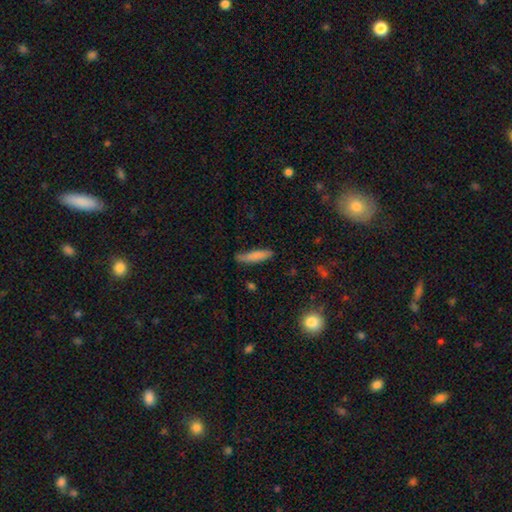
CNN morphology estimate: This appears to be a smooth galaxy with no disk features (80%) that is cigar-shaped (79%). Merging: none (73%).